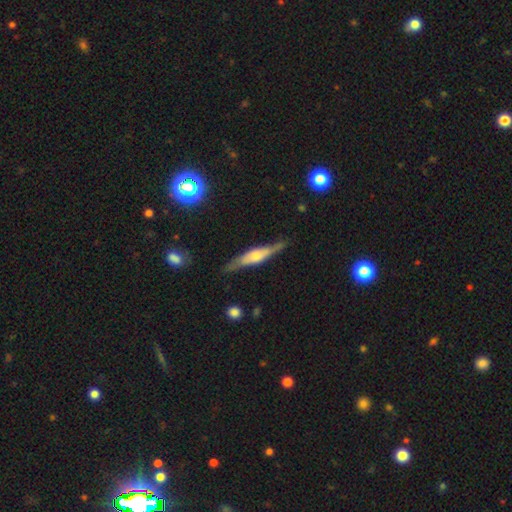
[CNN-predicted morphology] The model was most divided on "smooth or featured": featured or disk: 67%, smooth: 27%, star or artifact: 6%. More confident: edge-on disk — yes (92%); merging — none (81%); edge-on bulge — rounded (74%).